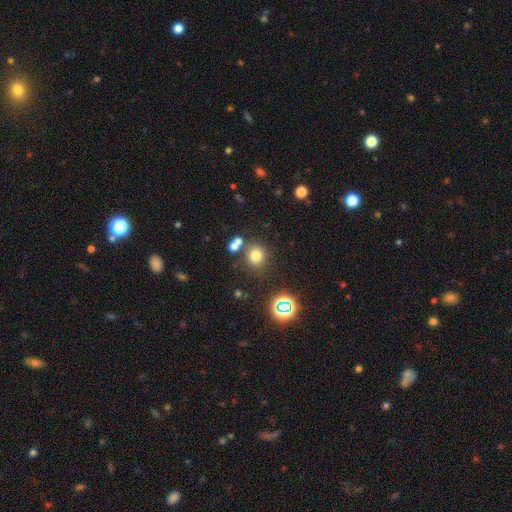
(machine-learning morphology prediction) Q: Smooth or featured?
A: smooth (72%); runner-up: star or artifact (20%)
Q: How rounded?
A: round (86%); runner-up: in between (13%)
Q: Merging?
A: none (72%); runner-up: merger (15%)